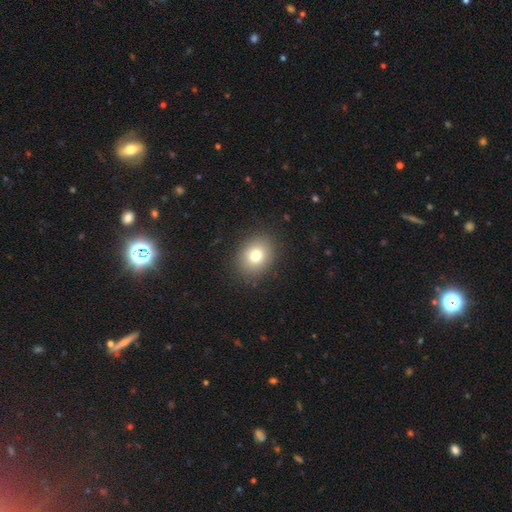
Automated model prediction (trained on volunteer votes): Smooth or featured?
  - smooth: 77% *
  - featured or disk: 12%
  - star or artifact: 12%
How rounded?
  - round: 53% *
  - in between: 46%
  - cigar-shaped: 1%
Merging?
  - none: 88% *
  - minor disturbance: 8%
  - major disturbance: 3%
  - merger: 1%